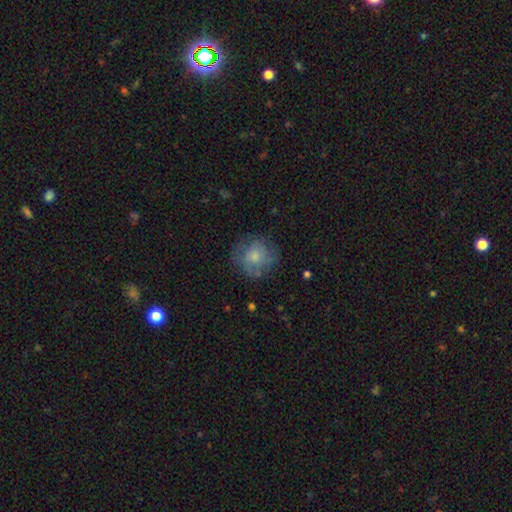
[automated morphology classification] A smooth galaxy with no disk features (51%) that is round (85%).

Vote fractions:
- Smooth or featured? smooth: 51% / featured or disk: 37% / star or artifact: 12%
- How rounded? round: 85% / in between: 14% / cigar-shaped: 1%
- Merging? none: 73% / minor disturbance: 18% / major disturbance: 8% / merger: 1%